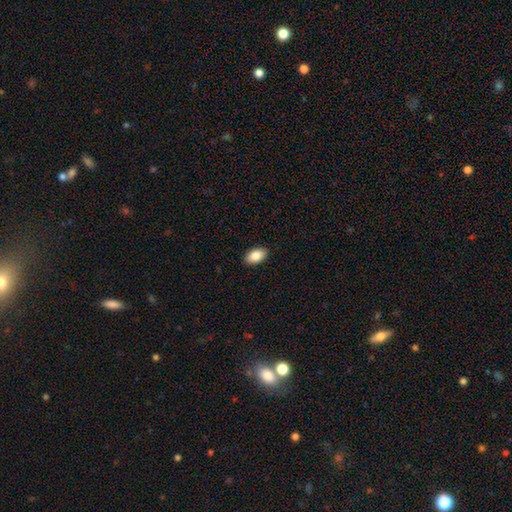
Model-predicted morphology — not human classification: A smooth galaxy with no disk features (86%) that is in between round and cigar-shaped (92%). Merging: none (90%).